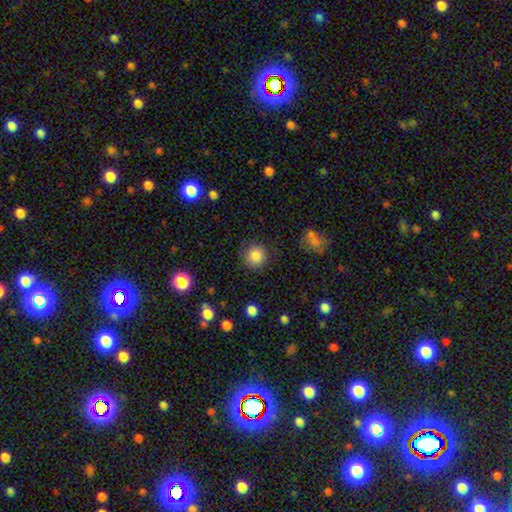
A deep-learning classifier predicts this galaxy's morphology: Smooth or featured? Predicted: smooth (p=0.85). How rounded? Predicted: round (p=0.92). Merging? Predicted: none (p=0.84).